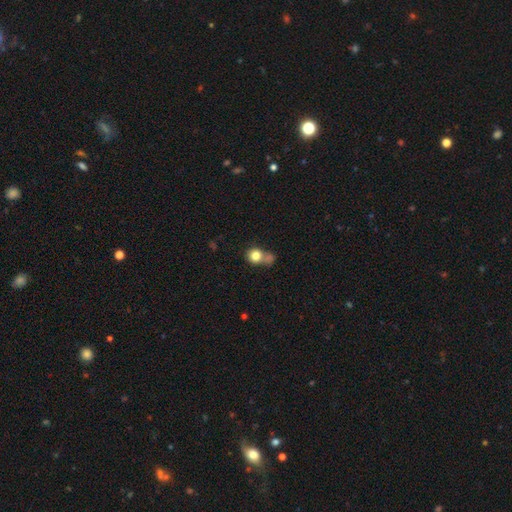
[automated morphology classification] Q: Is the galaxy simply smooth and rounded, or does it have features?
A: smooth — 79%.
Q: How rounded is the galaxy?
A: round — 77%.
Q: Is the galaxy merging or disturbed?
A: none — 37%.